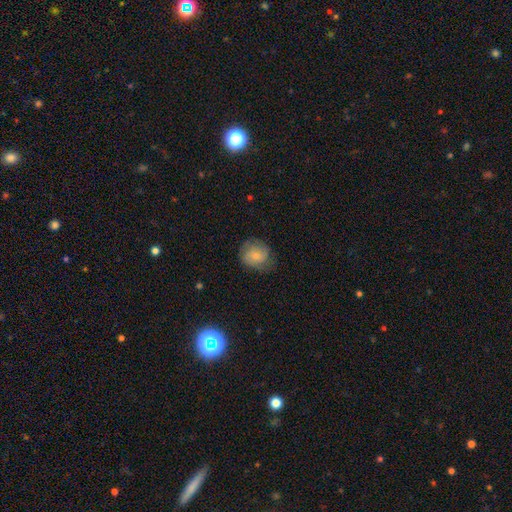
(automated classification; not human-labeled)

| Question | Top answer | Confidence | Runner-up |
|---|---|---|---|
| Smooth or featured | smooth | 62% | featured or disk (30%) |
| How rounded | round | 75% | in between (24%) |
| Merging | none | 68% | minor disturbance (23%) |